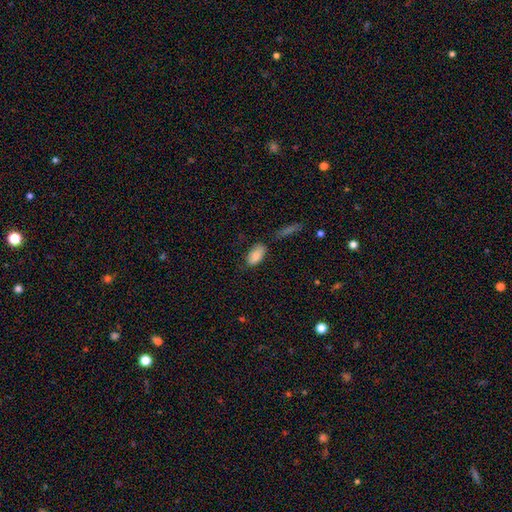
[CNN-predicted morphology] Smooth or featured? Predicted: smooth (p=0.86). How rounded? Predicted: in between (p=0.93). Merging? Predicted: none (p=0.65).